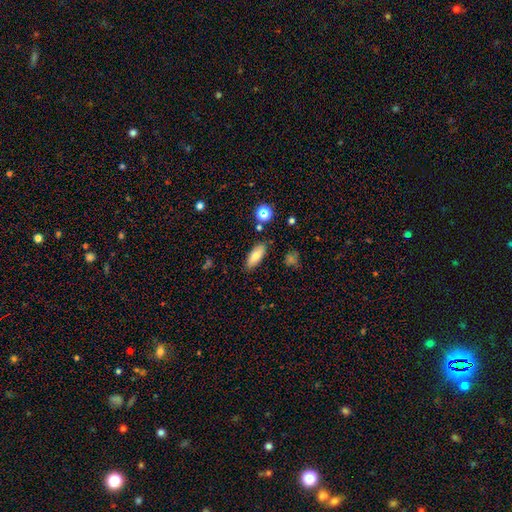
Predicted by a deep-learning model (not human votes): smooth-or-featured: smooth: 78% | featured or disk: 13% | star or artifact: 9%
  how-rounded: in between: 75% | cigar-shaped: 22% | round: 3%
  merging: none: 85% | minor disturbance: 10% | major disturbance: 2% | merger: 2%